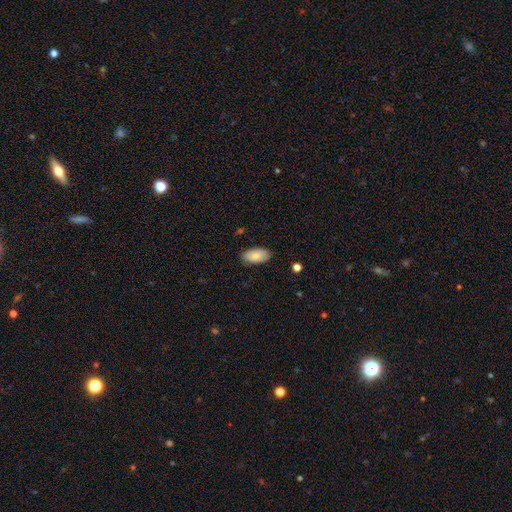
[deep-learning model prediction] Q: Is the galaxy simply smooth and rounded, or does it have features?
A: smooth — 86%.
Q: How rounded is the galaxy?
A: in between — 95%.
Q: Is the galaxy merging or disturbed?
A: none — 86%.